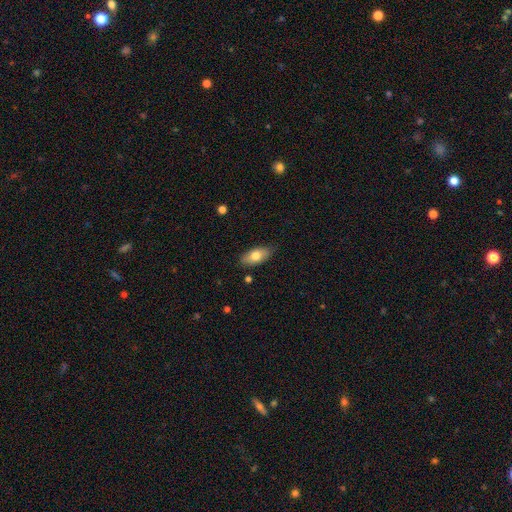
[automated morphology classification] smooth_or_featured: smooth (p=0.76) [alt: featured or disk p=0.18]
how_rounded: in between (p=0.90) [alt: cigar-shaped p=0.07]
merging: none (p=0.84) [alt: minor disturbance p=0.12]